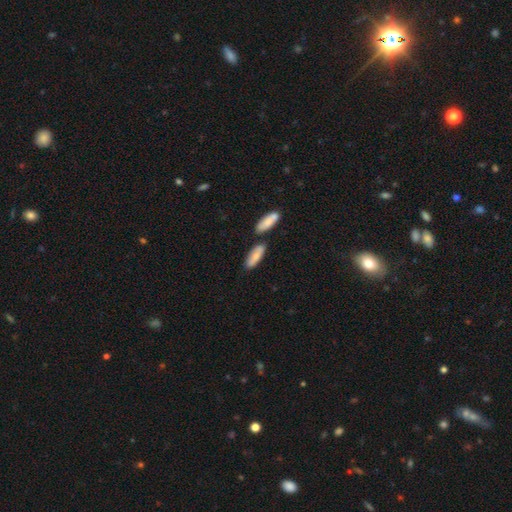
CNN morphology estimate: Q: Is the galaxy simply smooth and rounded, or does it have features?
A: smooth — 79%.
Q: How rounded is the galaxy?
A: in between — 55%.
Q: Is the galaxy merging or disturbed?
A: none — 66%.